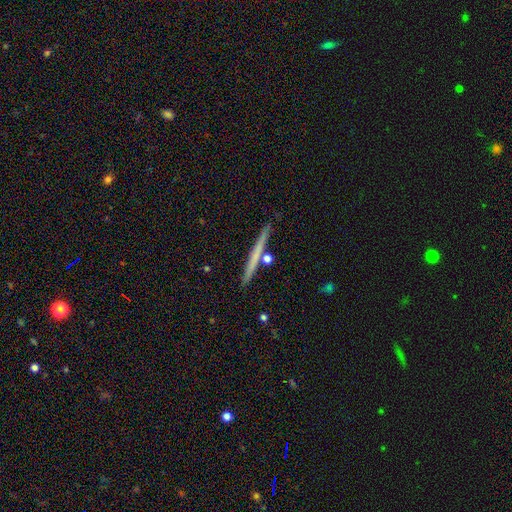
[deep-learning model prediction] Smooth or featured: featured or disk — 47% (tied with smooth — 47%)
Merging: none — 87% (minor disturbance — 7%)